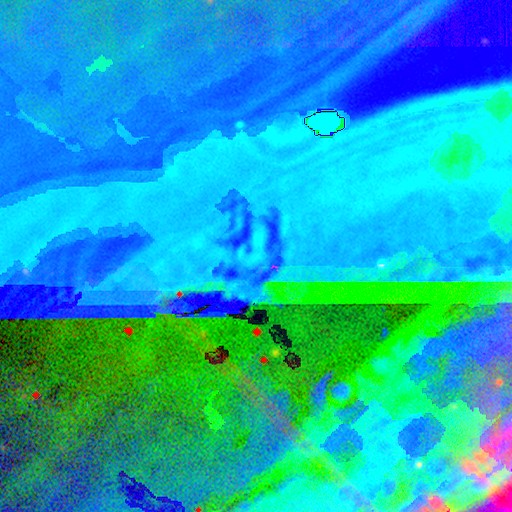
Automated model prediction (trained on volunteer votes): The model was most divided on "smooth or featured": star or artifact: 89%, featured or disk: 6%, smooth: 5%.